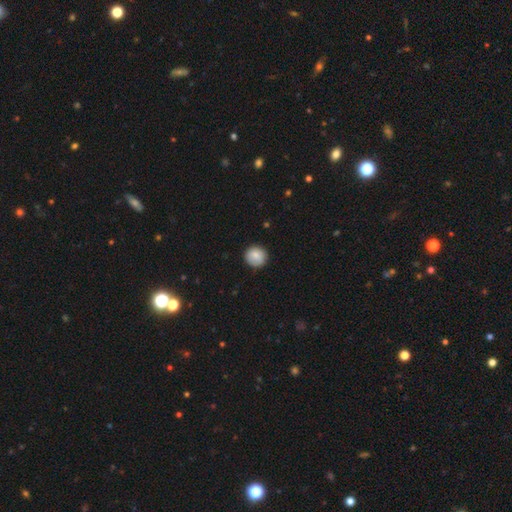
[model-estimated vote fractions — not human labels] A smooth galaxy with no disk features (84%) that is round (92%). Merging: none (87%).